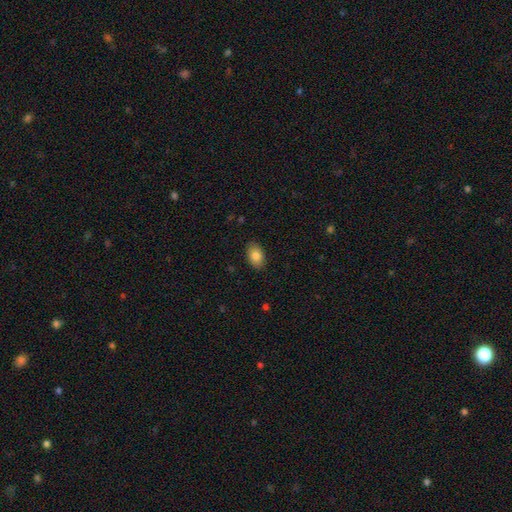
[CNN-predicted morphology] type=smooth (84%); roundness=in between (89%); merging=none (88%).